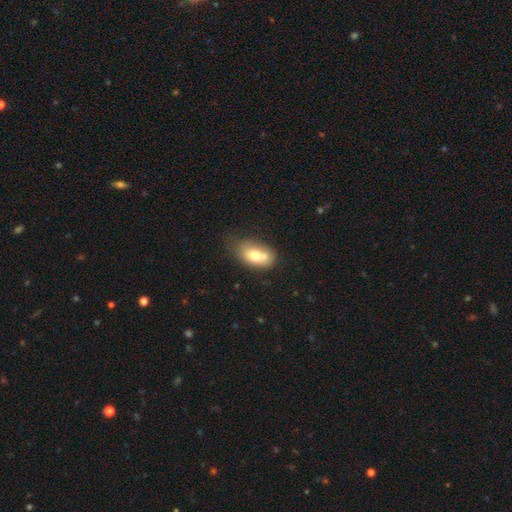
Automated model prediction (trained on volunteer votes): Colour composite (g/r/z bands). It shows a smooth galaxy with no disk features (71%) that is in between round and cigar-shaped (87%). Merging: none (41%).